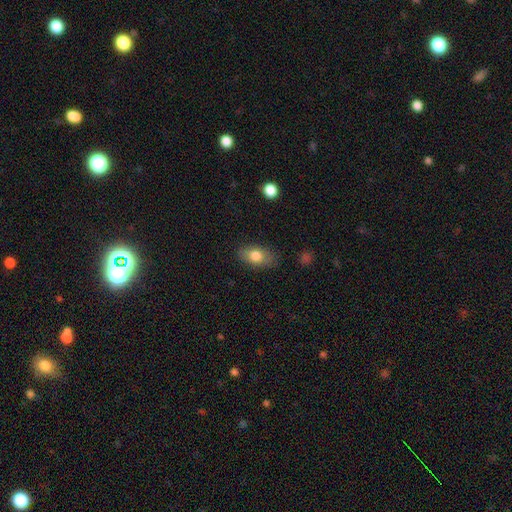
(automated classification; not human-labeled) This is likely a smooth galaxy (79%). How rounded: clearly in between (87%). Merging: clearly none (81%).